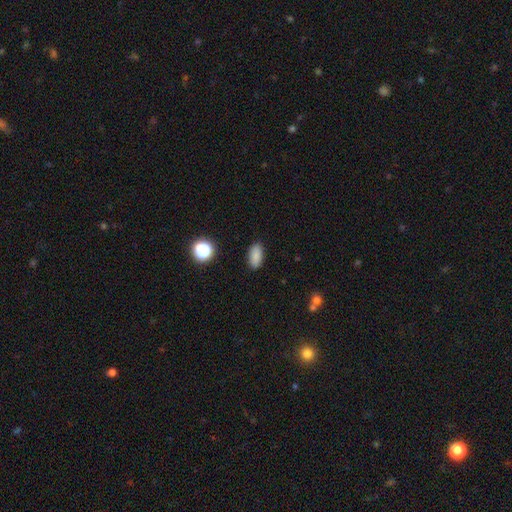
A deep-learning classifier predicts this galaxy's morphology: This is clearly a smooth galaxy (85%). How rounded: clearly in between (88%). Merging: clearly none (88%).